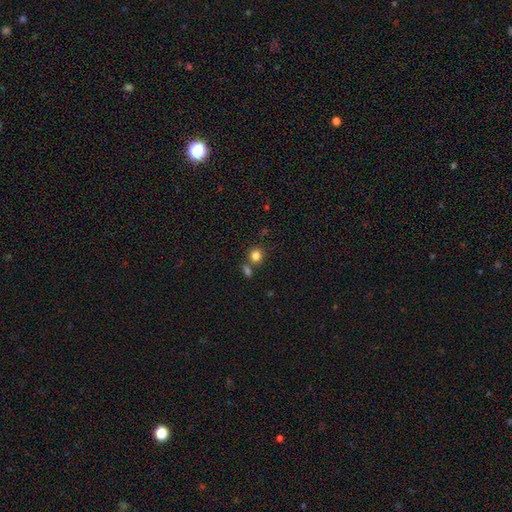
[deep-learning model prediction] Smooth or featured? Predicted: smooth (p=0.83). How rounded? Predicted: round (p=0.84). Merging? Predicted: none (p=0.69).